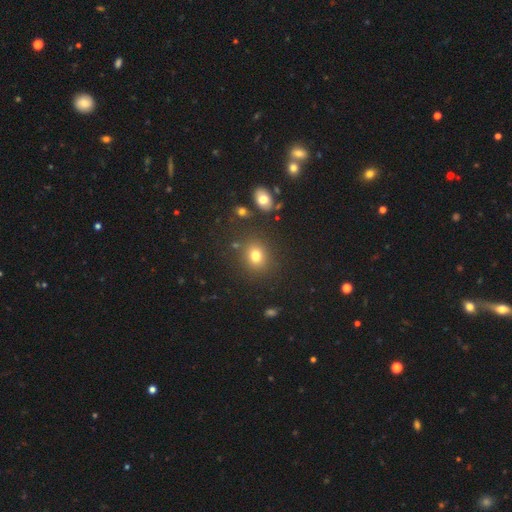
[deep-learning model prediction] smooth_or_featured: smooth (p=0.77) [alt: star or artifact p=0.15]
how_rounded: round (p=0.66) [alt: in between p=0.33]
merging: none (p=0.83) [alt: minor disturbance p=0.09]